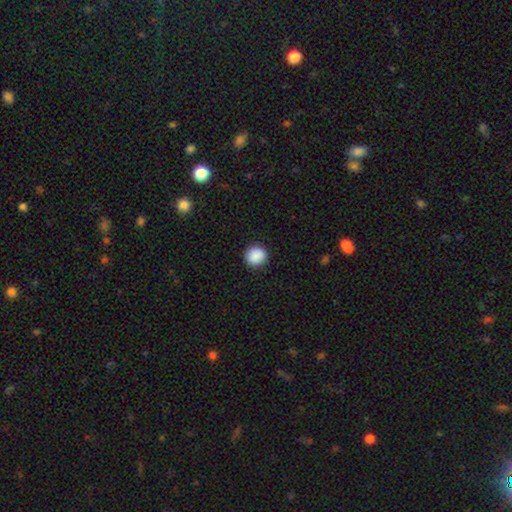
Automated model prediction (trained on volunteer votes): Smooth or featured?
  - smooth: 89% *
  - star or artifact: 8%
  - featured or disk: 3%
How rounded?
  - round: 92% *
  - in between: 7%
  - cigar-shaped: 1%
Merging?
  - none: 92% *
  - minor disturbance: 5%
  - major disturbance: 2%
  - merger: 1%